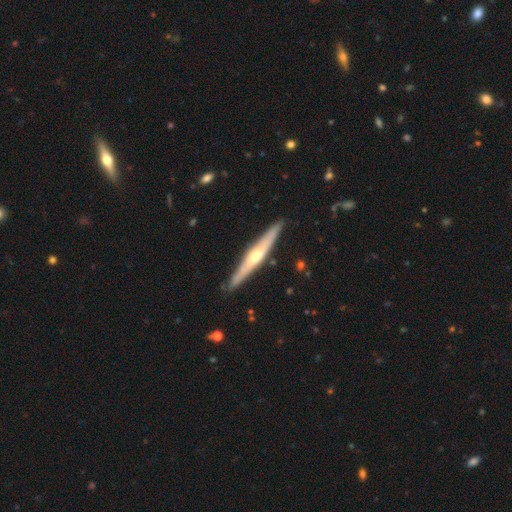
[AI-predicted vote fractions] This appears to be a featured or disk galaxy (69%) viewed edge-on (95%) with a rounded central bulge (83%). Merging: none (89%).